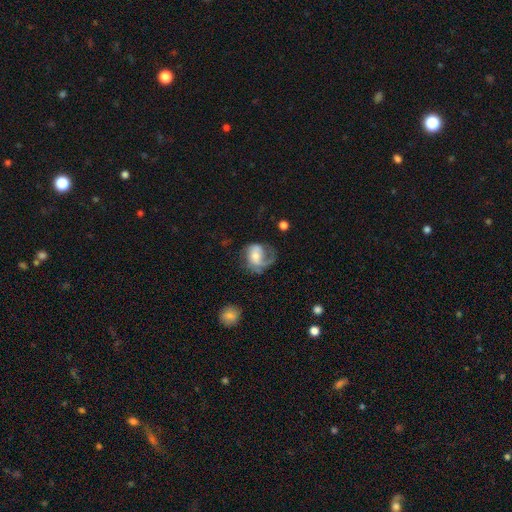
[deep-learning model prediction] A featured or disk galaxy (62%) with no bar (62%), 1 (60%) medium (40%) spiral arms (84%) and a moderate central bulge (51%). Merging: none (40%).